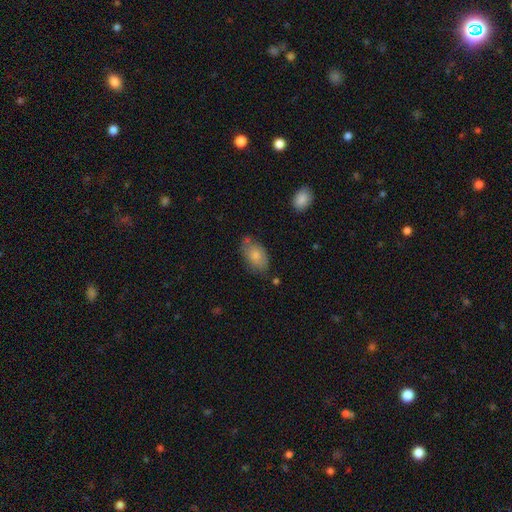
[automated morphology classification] smooth_or_featured: smooth (p=0.80) [alt: featured or disk p=0.13]
how_rounded: in between (p=0.92) [alt: round p=0.06]
merging: none (p=0.65) [alt: minor disturbance p=0.23]